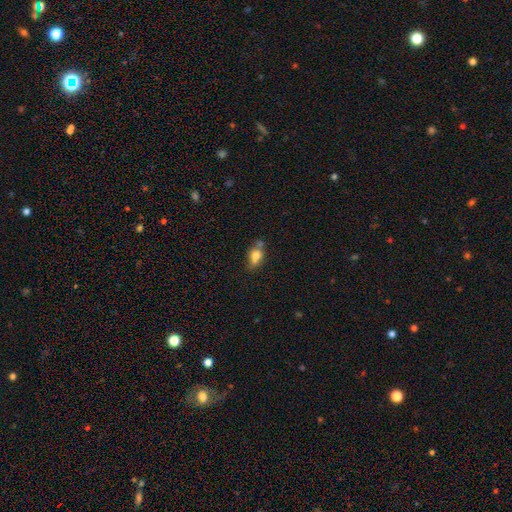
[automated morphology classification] Smooth or featured: smooth — 71% (featured or disk — 19%)
How rounded: in between — 71% (round — 23%)
Merging: none — 49% (minor disturbance — 23%)